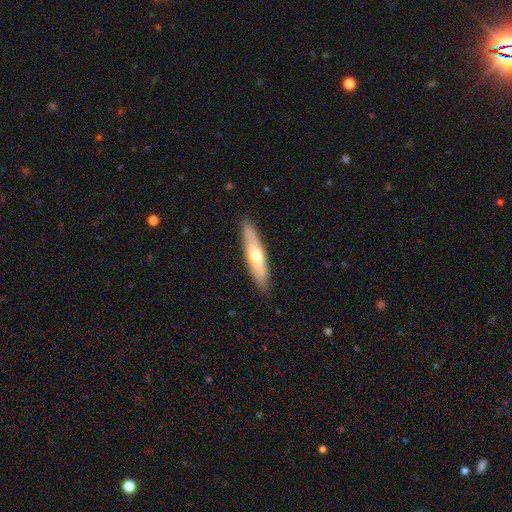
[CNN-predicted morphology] Q: Smooth or featured?
A: smooth (51%); runner-up: featured or disk (43%)
Q: How rounded?
A: cigar-shaped (79%); runner-up: in between (20%)
Q: Merging?
A: none (88%); runner-up: minor disturbance (9%)